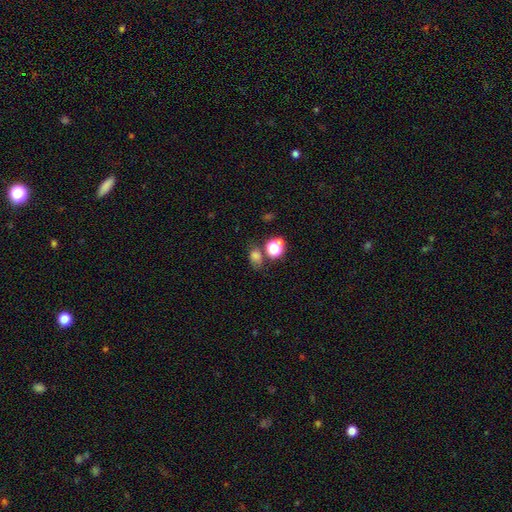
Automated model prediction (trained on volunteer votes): smooth-or-featured: smooth: 69% | star or artifact: 23% | featured or disk: 8%
  how-rounded: in between: 53% | round: 45% | cigar-shaped: 2%
  merging: none: 59% | merger: 19% | minor disturbance: 15% | major disturbance: 8%